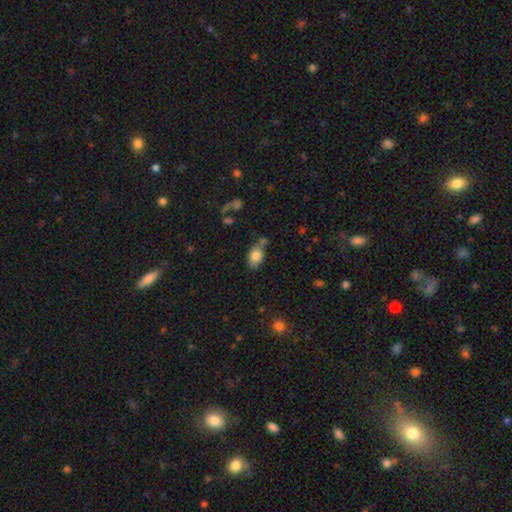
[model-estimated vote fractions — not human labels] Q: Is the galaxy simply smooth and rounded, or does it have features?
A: smooth — 82%.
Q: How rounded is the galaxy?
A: in between — 87%.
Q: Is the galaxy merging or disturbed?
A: none — 60%.